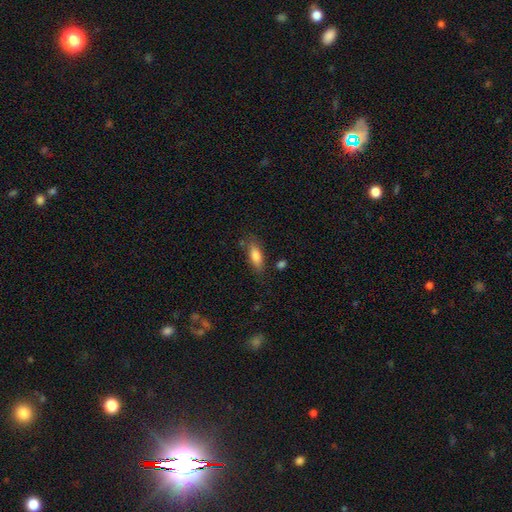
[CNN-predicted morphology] A smooth galaxy with no disk features (82%) that is in between round and cigar-shaped (74%). Merging: none (73%).